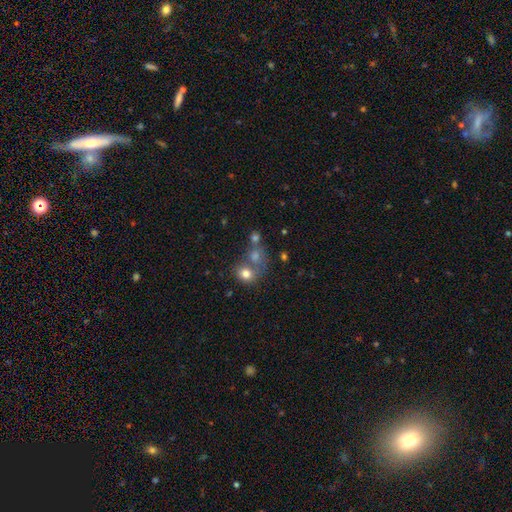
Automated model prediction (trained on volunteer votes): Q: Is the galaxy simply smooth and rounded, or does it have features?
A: smooth — 66%.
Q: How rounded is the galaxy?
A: round — 71%.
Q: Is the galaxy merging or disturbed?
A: merger — 48%.